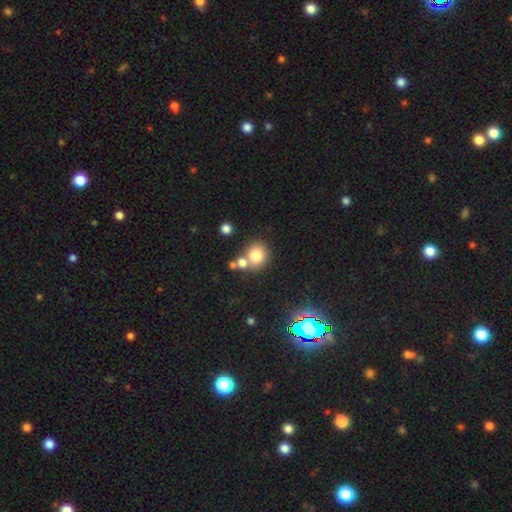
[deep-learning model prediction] smooth 79%, star or artifact 12%, featured or disk 9%. Down the decision tree: how rounded — round (80%); merging — none (56%).